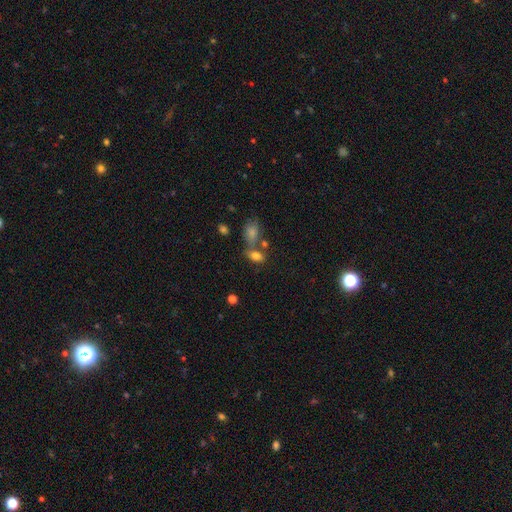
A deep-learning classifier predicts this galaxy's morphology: Smooth or featured?
  - smooth: 78% *
  - star or artifact: 11%
  - featured or disk: 11%
How rounded?
  - in between: 85% *
  - round: 10%
  - cigar-shaped: 5%
Merging?
  - none: 50% *
  - merger: 30%
  - minor disturbance: 14%
  - major disturbance: 6%